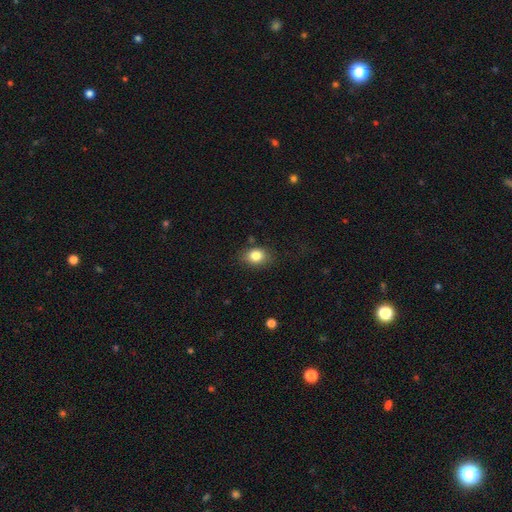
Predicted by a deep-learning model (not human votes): Q: Smooth or featured?
A: smooth (83%); runner-up: star or artifact (9%)
Q: How rounded?
A: in between (61%); runner-up: round (38%)
Q: Merging?
A: none (80%); runner-up: minor disturbance (15%)